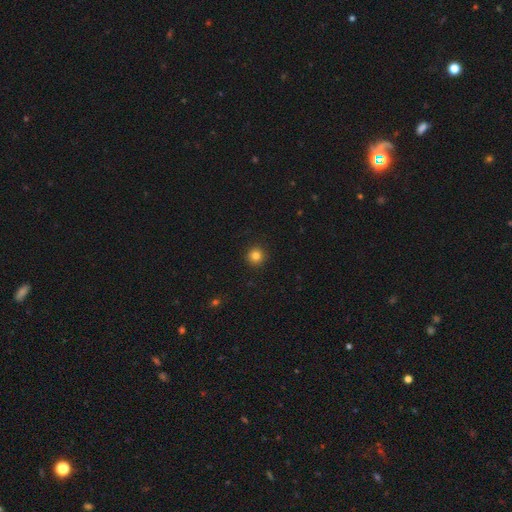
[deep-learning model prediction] Smooth or featured? smooth (82%)
How rounded? round (95%)
Merging? none (93%)